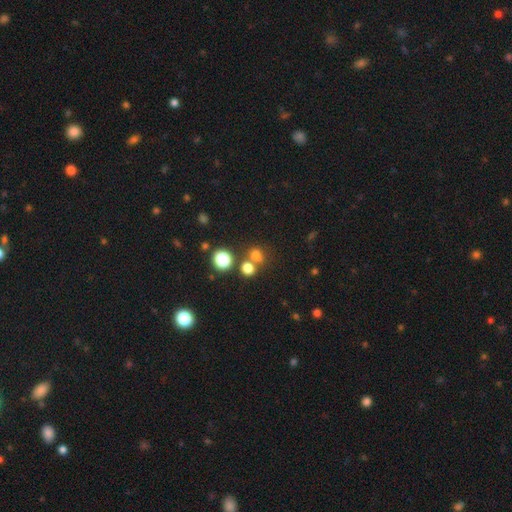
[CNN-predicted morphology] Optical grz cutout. It shows a smooth galaxy with no disk features (71%) that is round (69%). Merging: none (58%).